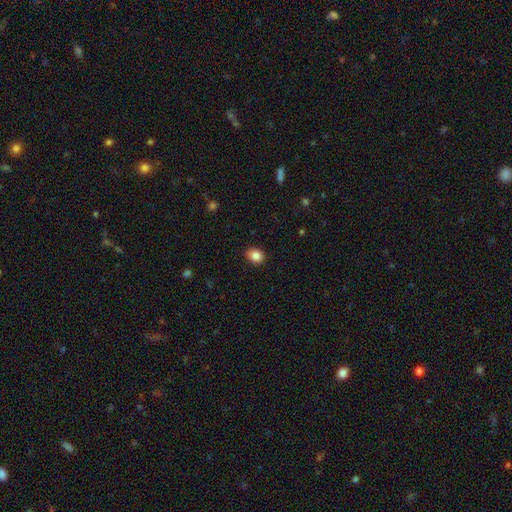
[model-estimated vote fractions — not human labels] smooth_or_featured: smooth (p=0.86) [alt: star or artifact p=0.10]
how_rounded: round (p=0.53) [alt: in between p=0.46]
merging: none (p=0.86) [alt: minor disturbance p=0.11]